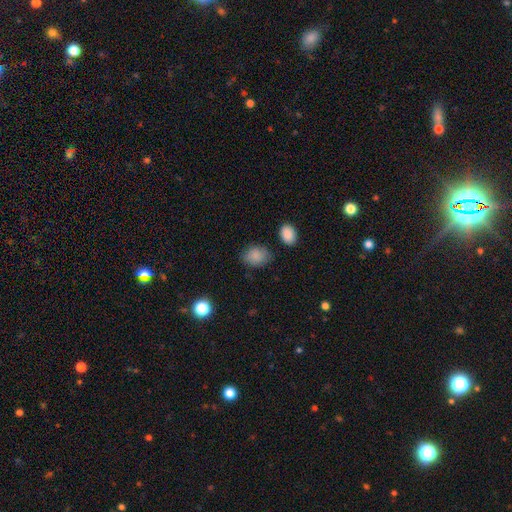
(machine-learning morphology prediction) smooth-or-featured: smooth: 87% | star or artifact: 8% | featured or disk: 5%
  how-rounded: in between: 67% | round: 32% | cigar-shaped: 1%
  merging: none: 75% | minor disturbance: 17% | major disturbance: 4% | merger: 3%